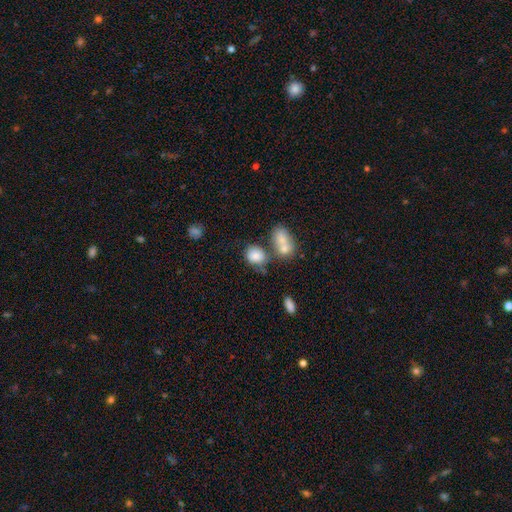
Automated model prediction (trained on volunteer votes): Smooth or featured? Predicted: smooth (p=0.81). How rounded? Predicted: round (p=0.51). Merging? Predicted: none (p=0.43).